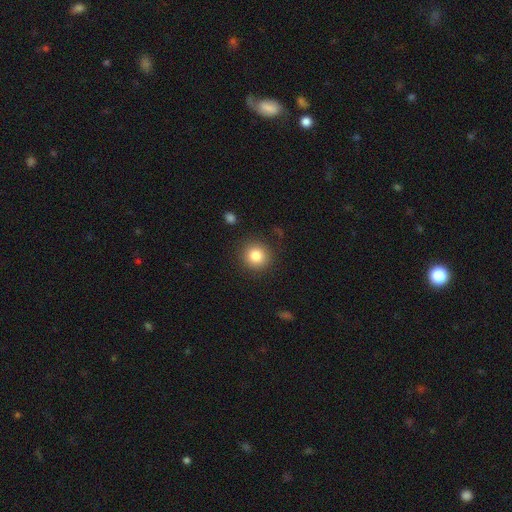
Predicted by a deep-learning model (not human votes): Smooth or featured: smooth — 83% (star or artifact — 10%)
How rounded: round — 91% (in between — 8%)
Merging: none — 87% (minor disturbance — 8%)